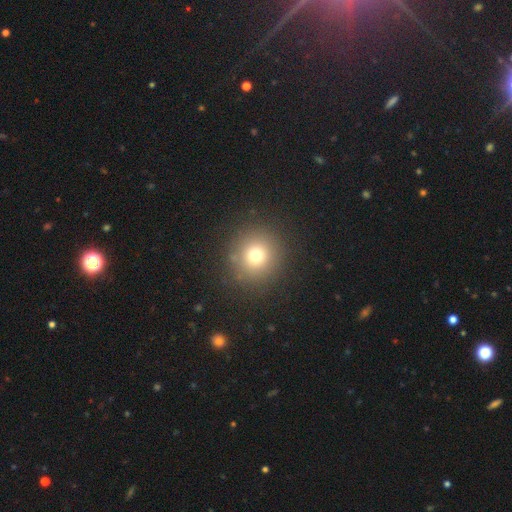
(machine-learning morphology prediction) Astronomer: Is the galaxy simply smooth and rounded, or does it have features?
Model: smooth — 73%.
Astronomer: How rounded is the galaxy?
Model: round — 93%.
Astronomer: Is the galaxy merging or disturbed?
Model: none — 88%.